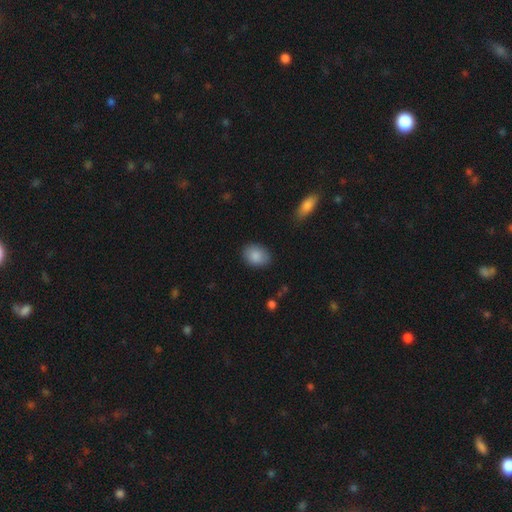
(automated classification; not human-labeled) Smooth or featured? Predicted: smooth (p=0.88). How rounded? Predicted: in between (p=0.74). Merging? Predicted: none (p=0.85).